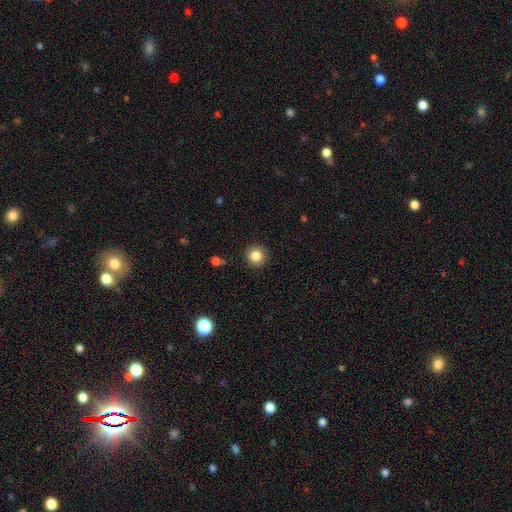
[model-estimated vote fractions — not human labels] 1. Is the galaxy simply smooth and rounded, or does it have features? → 85% smooth, 10% star or artifact, 5% featured or disk.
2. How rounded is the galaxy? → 94% round, 5% in between, 1% cigar-shaped.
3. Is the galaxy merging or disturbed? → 91% none, 6% minor disturbance, 2% major disturbance, 1% merger.